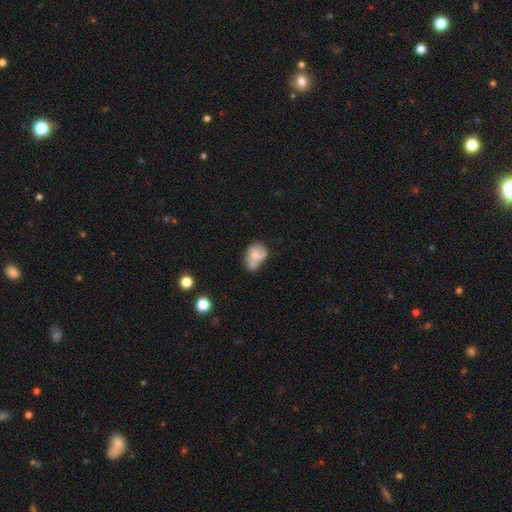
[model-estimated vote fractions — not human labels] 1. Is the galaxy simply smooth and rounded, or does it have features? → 57% smooth, 34% featured or disk, 9% star or artifact.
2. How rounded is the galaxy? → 71% in between, 27% round, 1% cigar-shaped.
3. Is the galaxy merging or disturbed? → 29% minor disturbance, 28% none, 25% merger, 18% major disturbance.